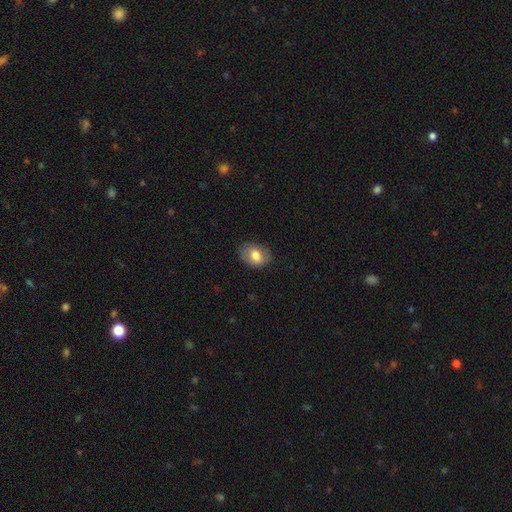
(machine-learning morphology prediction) type=smooth (76%); roundness=in between (72%); merging=none (77%).